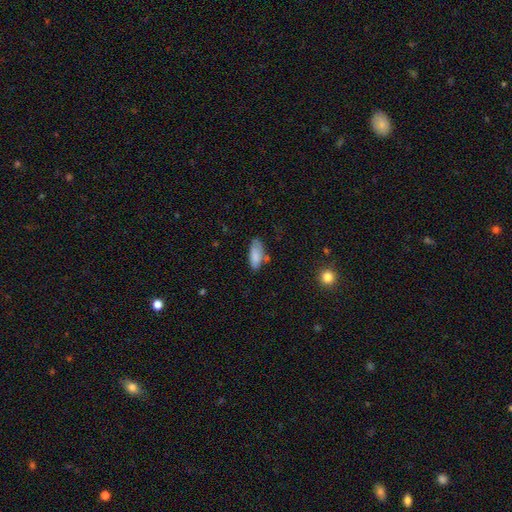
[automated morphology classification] This appears to be a smooth galaxy with no disk features (83%) that is in between round and cigar-shaped (83%). Merging: none (64%).